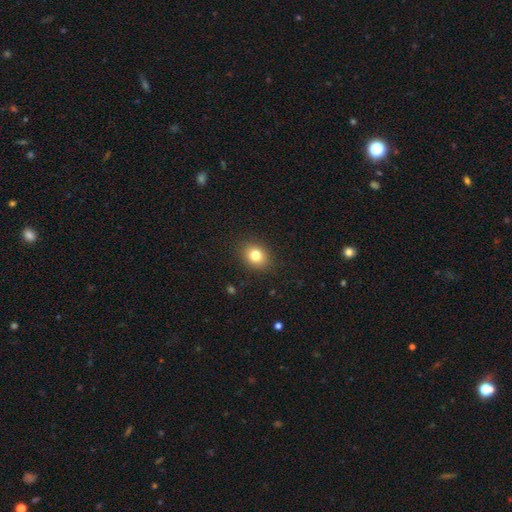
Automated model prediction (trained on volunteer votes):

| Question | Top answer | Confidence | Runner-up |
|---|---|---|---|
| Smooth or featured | smooth | 80% | star or artifact (11%) |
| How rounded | round | 51% | in between (48%) |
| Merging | none | 88% | minor disturbance (8%) |